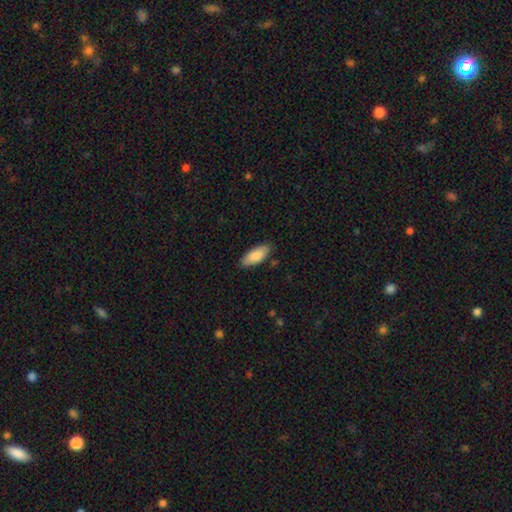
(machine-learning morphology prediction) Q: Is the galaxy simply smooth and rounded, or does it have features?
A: smooth — 86%.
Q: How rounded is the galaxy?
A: in between — 84%.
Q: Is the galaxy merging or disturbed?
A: none — 82%.